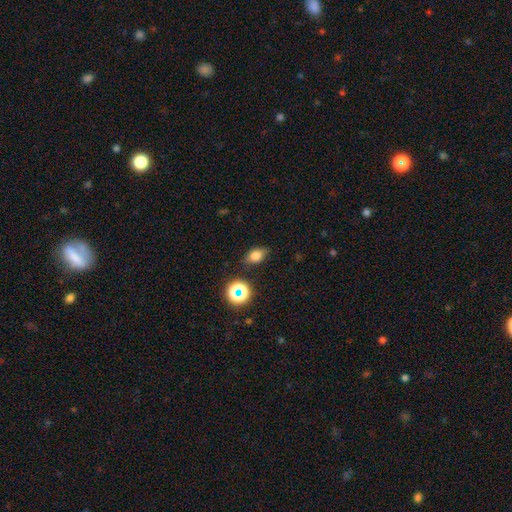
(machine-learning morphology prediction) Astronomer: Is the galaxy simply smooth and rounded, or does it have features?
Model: smooth — 70%.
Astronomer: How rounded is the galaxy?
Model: in between — 75%.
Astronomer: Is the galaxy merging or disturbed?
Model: none — 81%.